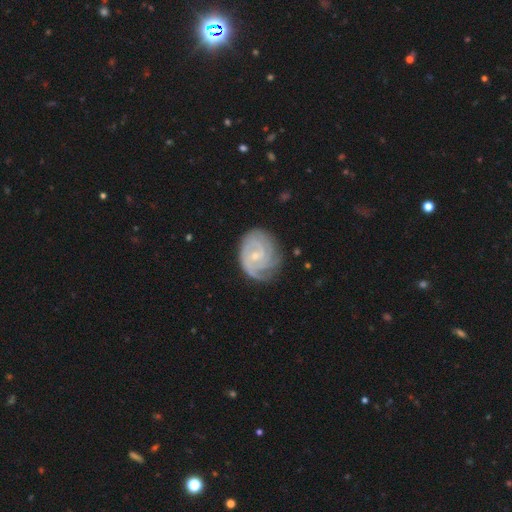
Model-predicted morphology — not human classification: Q: Smooth or featured?
A: featured or disk (86%); runner-up: smooth (8%)
Q: Edge-on disk?
A: no (98%); runner-up: yes (2%)
Q: Bar?
A: no (60%); runner-up: weak (33%)
Q: Spiral arms?
A: yes (97%); runner-up: no (3%)
Q: Spiral winding?
A: tight (72%); runner-up: medium (24%)
Q: Spiral arm count?
A: 3 (32%); runner-up: can't tell (21%)
Q: Bulge size?
A: small (74%); runner-up: moderate (21%)
Q: Merging?
A: none (73%); runner-up: minor disturbance (19%)